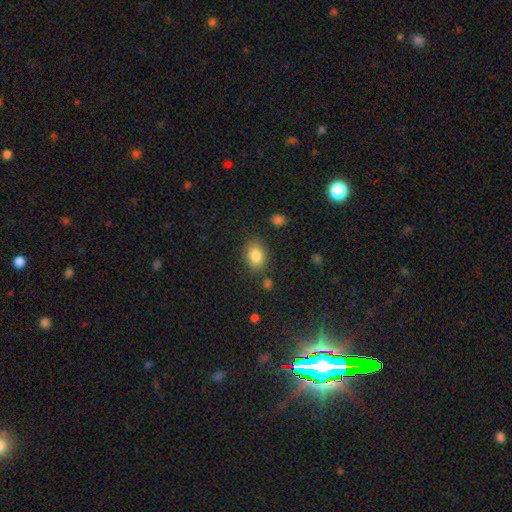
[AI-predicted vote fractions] A smooth galaxy with no disk features (84%) that is in between round and cigar-shaped (75%). Merging: none (80%).